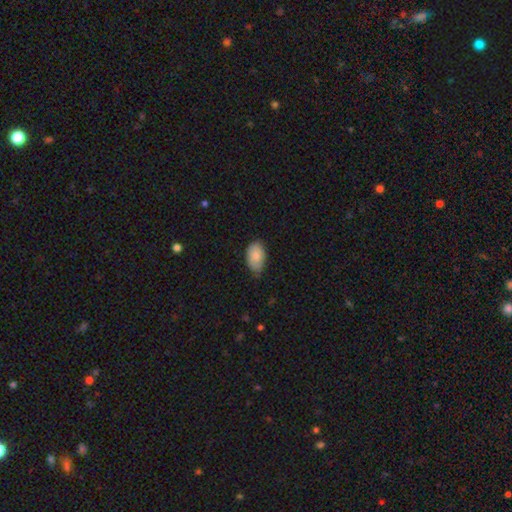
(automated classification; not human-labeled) Morphology: type=smooth (83%); roundness=in between (93%); merging=none (63%).